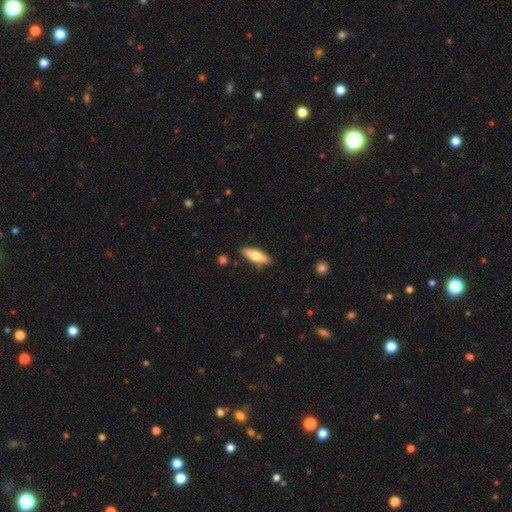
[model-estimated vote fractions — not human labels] A smooth galaxy with no disk features (69%) that is in between round and cigar-shaped (57%).

Vote fractions:
- Smooth or featured? smooth: 69% / featured or disk: 25% / star or artifact: 6%
- How rounded? in between: 57% / cigar-shaped: 40% / round: 2%
- Merging? none: 85% / minor disturbance: 11% / major disturbance: 2% / merger: 2%